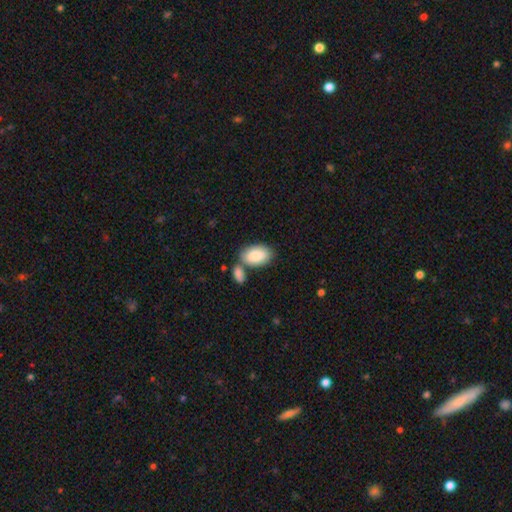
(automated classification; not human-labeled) Overall: smooth (86%). How rounded: in between (94%). Merging: none (54%; merger 28%).